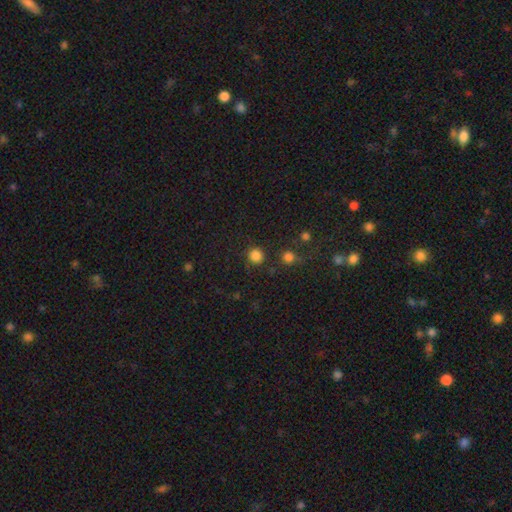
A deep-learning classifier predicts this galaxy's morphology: This appears to be a smooth galaxy with no disk features (83%) that is round (92%). Merging: none (83%).